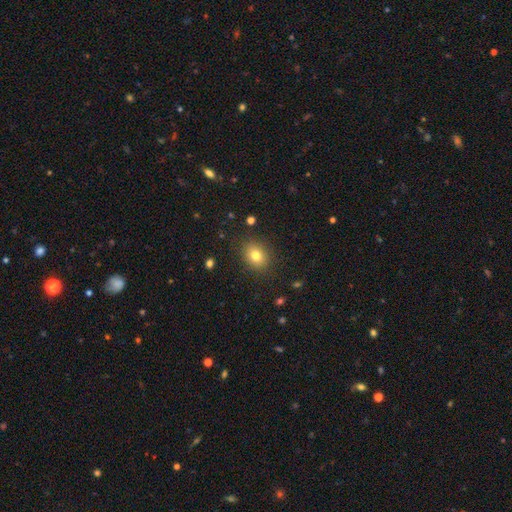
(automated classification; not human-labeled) A smooth galaxy with no disk features (79%) that is in between round and cigar-shaped (50%). Merging: none (87%).